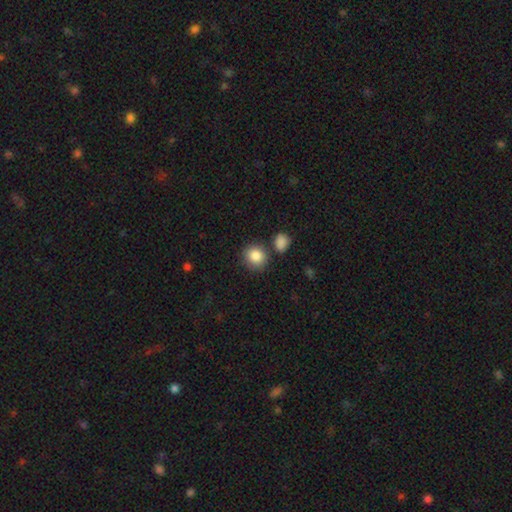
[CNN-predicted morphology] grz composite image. It shows a smooth galaxy with no disk features (87%) that is round (80%). Merging: none (76%).